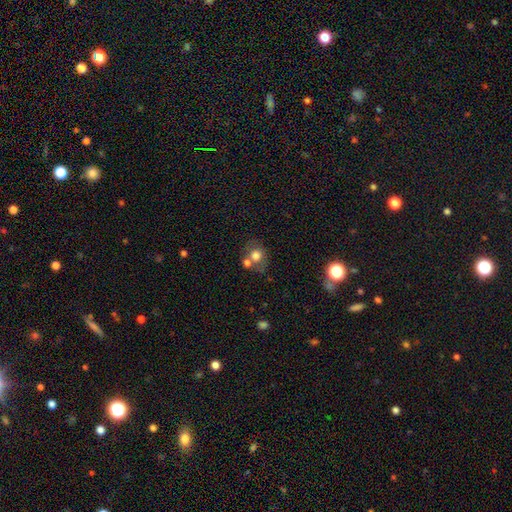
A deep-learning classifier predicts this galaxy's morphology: Smooth or featured?
  - smooth: 71% *
  - featured or disk: 18%
  - star or artifact: 11%
How rounded?
  - round: 72% *
  - in between: 27%
  - cigar-shaped: 1%
Merging?
  - none: 51% *
  - merger: 31%
  - minor disturbance: 13%
  - major disturbance: 5%